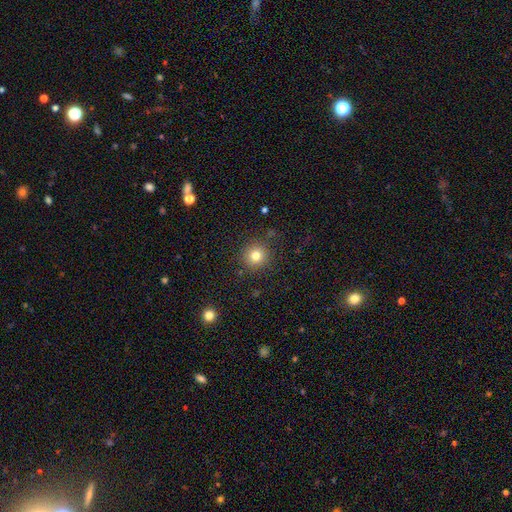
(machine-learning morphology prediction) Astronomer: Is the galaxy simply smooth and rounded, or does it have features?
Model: smooth — 79%.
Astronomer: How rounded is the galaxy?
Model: round — 94%.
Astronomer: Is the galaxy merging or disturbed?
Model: none — 89%.